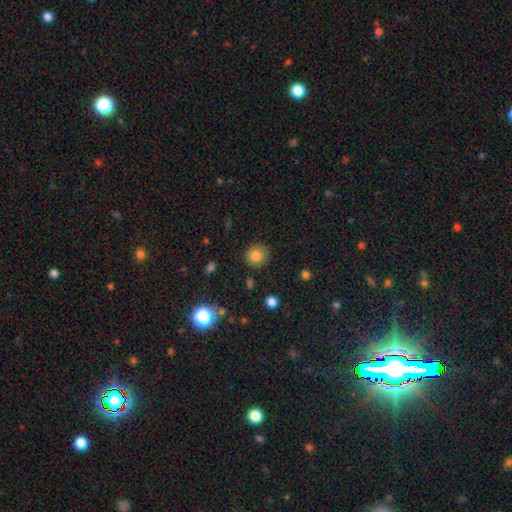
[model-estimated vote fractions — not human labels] Smooth or featured: smooth — 82% (star or artifact — 10%)
How rounded: round — 92% (in between — 7%)
Merging: none — 88% (minor disturbance — 8%)